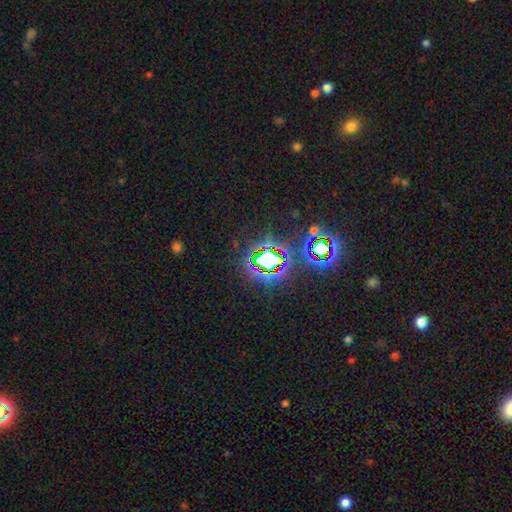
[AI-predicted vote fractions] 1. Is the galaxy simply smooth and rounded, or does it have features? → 81% star or artifact, 12% smooth, 8% featured or disk.